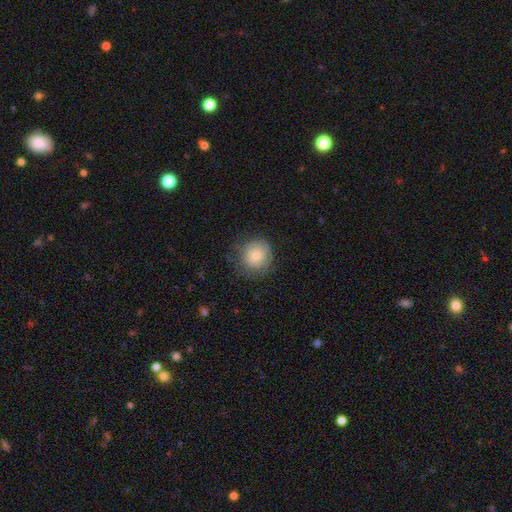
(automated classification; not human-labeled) Overall: smooth (77%). How rounded: round (90%). Merging: none (71%).